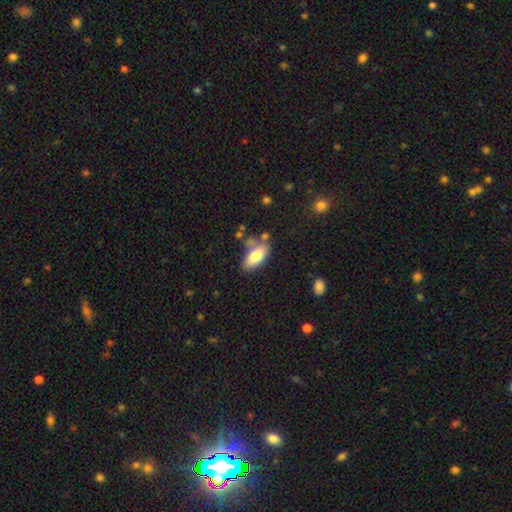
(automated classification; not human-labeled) smooth_or_featured: smooth (p=0.76) [alt: featured or disk p=0.17]
how_rounded: in between (p=0.85) [alt: cigar-shaped p=0.12]
merging: none (p=0.62) [alt: minor disturbance p=0.20]